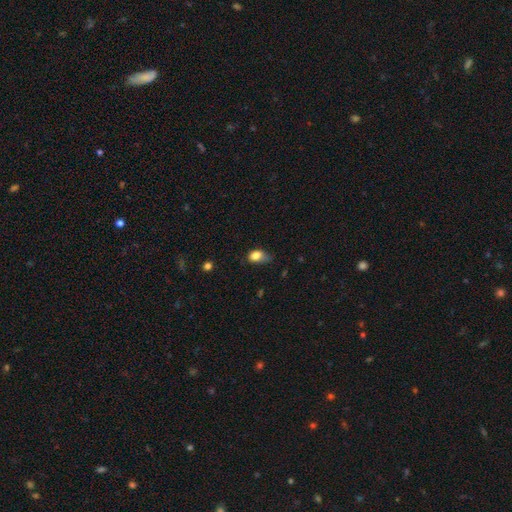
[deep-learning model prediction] Morphology: type=smooth (82%); roundness=in between (77%); merging=minor disturbance (45%).